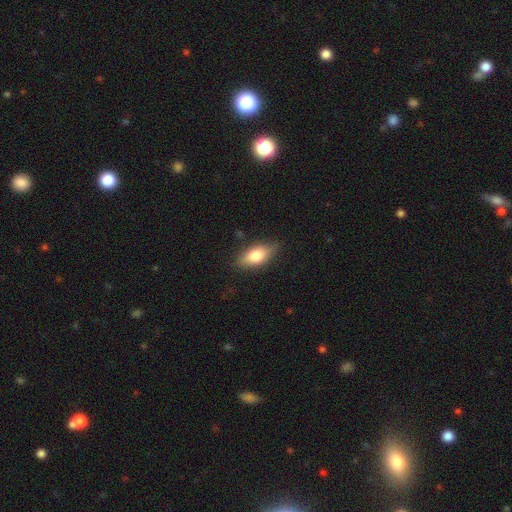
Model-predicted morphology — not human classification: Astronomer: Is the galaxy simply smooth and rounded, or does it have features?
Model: smooth — 71%.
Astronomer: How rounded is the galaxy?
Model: in between — 82%.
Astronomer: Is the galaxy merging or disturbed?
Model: none — 79%.